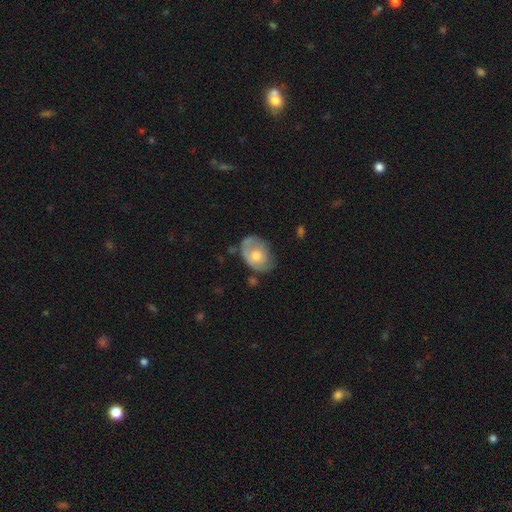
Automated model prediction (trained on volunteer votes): This appears to be a smooth galaxy with no disk features (58%) that is in between round and cigar-shaped (73%). Merging: none (44%).